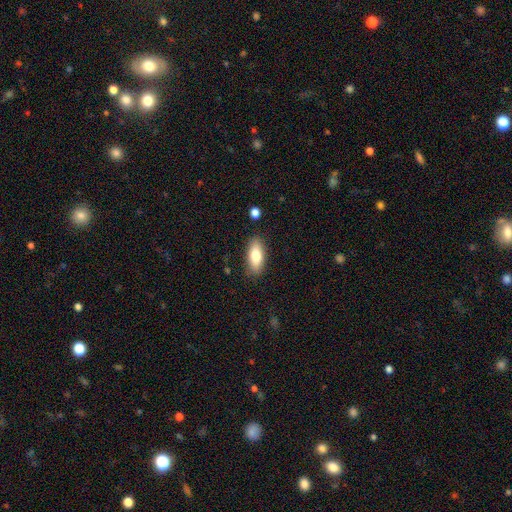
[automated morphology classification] This is likely a smooth galaxy (78%). How rounded: clearly in between (80%). Merging: clearly none (85%).